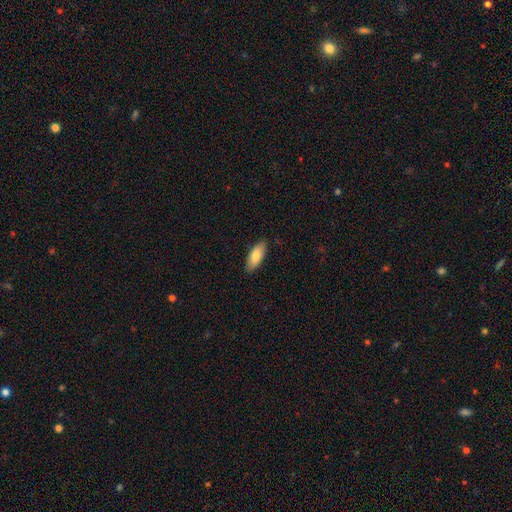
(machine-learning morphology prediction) This is clearly a smooth galaxy (81%). How rounded: likely in between (78%). Merging: clearly none (87%).